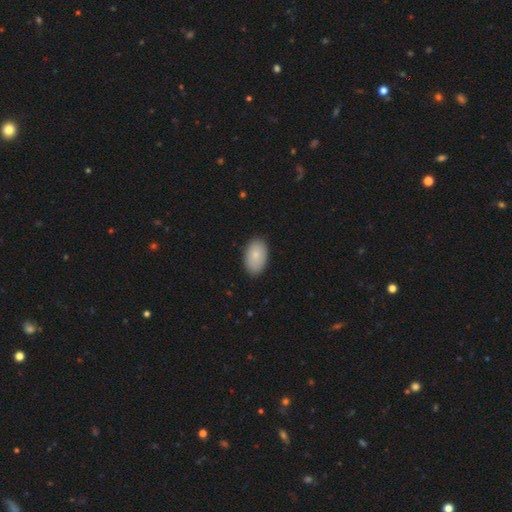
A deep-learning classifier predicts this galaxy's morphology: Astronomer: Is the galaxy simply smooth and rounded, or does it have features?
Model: smooth — 84%.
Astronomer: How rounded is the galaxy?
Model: in between — 93%.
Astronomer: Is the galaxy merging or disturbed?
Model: none — 86%.